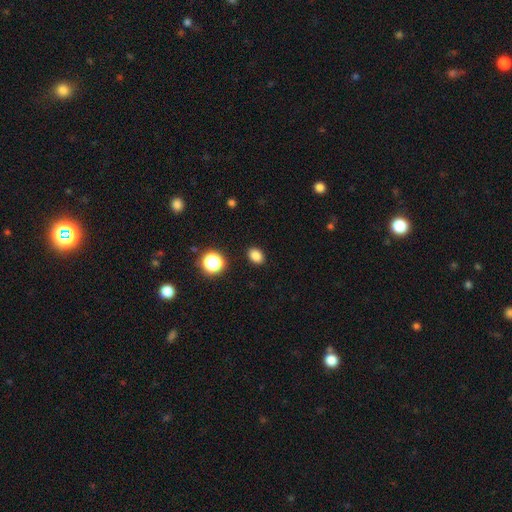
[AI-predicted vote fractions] Smooth or featured? smooth (83%)
How rounded? in between (69%)
Merging? none (89%)